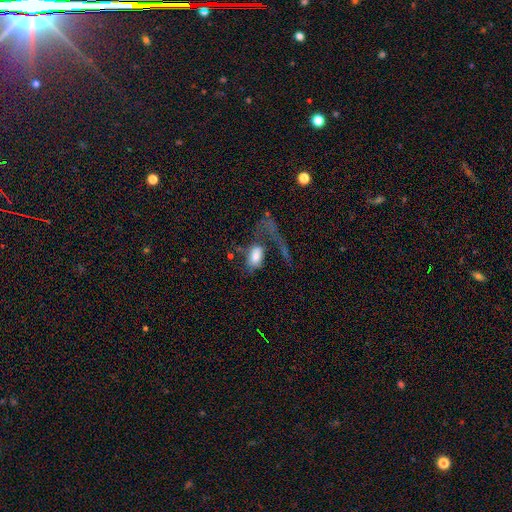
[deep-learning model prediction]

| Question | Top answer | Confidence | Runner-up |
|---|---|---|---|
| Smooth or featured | smooth | 66% | featured or disk (26%) |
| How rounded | in between | 89% | round (8%) |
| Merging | major disturbance | 59% | none (18%) |